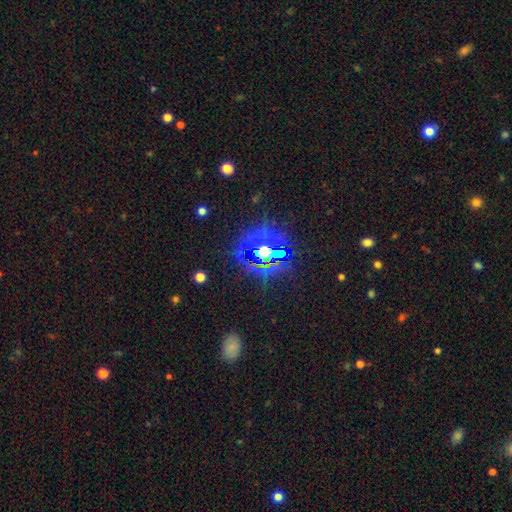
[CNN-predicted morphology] Smooth or featured? star or artifact (75%)